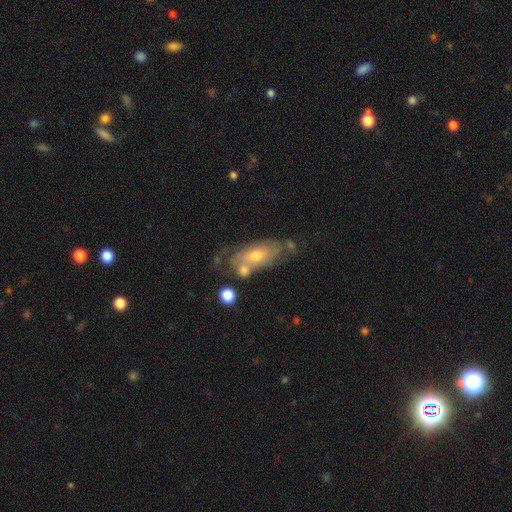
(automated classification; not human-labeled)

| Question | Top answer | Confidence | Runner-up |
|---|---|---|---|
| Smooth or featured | featured or disk | 64% | smooth (28%) |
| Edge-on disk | no | 87% | yes (13%) |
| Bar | no | 75% | weak (21%) |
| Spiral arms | yes | 73% | no (27%) |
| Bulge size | moderate | 56% | small (38%) |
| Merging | none | 43% | minor disturbance (24%) |